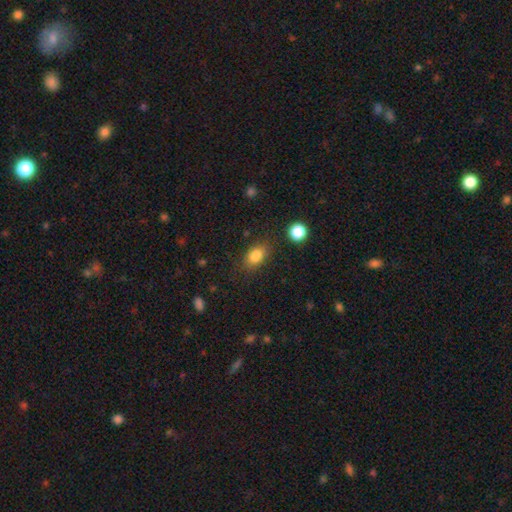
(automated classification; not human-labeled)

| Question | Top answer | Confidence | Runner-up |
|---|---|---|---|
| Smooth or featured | smooth | 83% | star or artifact (9%) |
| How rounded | in between | 80% | round (17%) |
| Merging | none | 81% | minor disturbance (13%) |